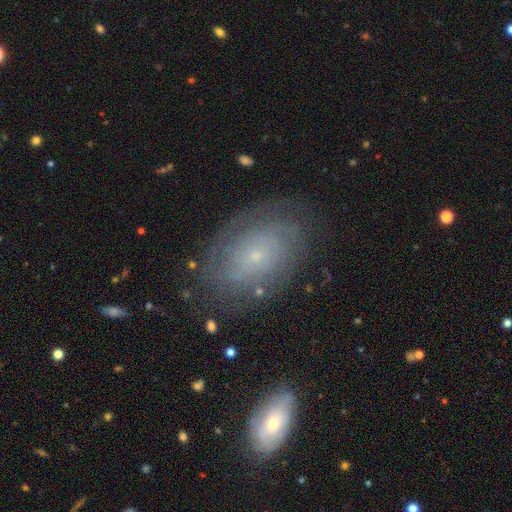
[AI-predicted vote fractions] This is likely a featured or disk galaxy (65%). It is clearly not viewed edge-on (95%). Bar: clearly no (82%). Spiral arm pattern: clearly yes (83%). Spiral arm count: possibly can't tell (55%). Spiral winding: likely tight (71%). Central bulge: clearly small (84%). Merging: likely none (75%).